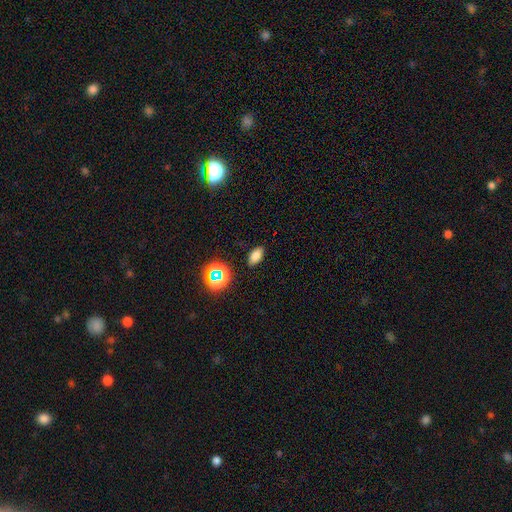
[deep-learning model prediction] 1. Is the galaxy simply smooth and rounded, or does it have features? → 77% smooth, 17% star or artifact, 6% featured or disk.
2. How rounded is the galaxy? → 89% in between, 7% round, 4% cigar-shaped.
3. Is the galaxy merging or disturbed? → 87% none, 9% minor disturbance, 2% major disturbance, 1% merger.